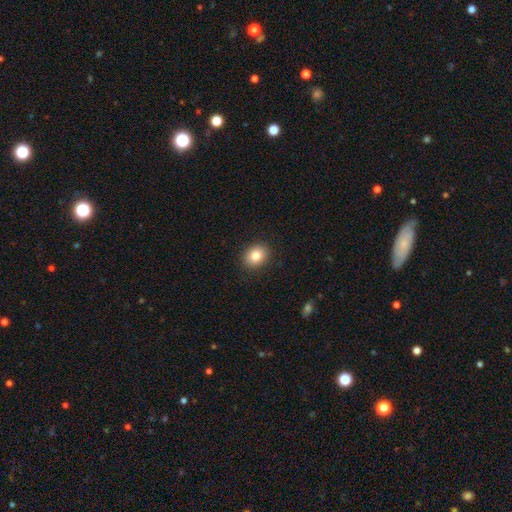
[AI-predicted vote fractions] Smooth or featured? smooth (84%)
How rounded? round (52%)
Merging? none (90%)